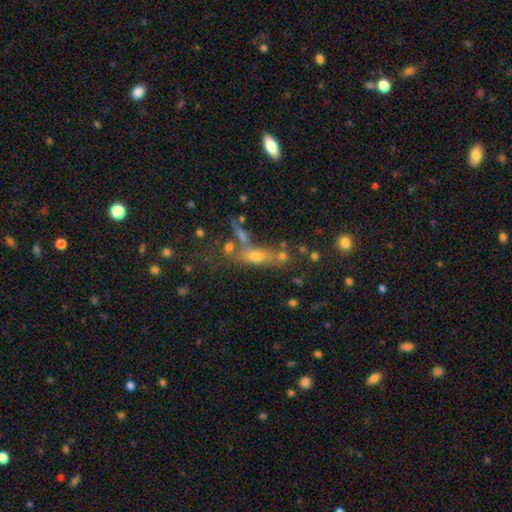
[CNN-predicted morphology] Smooth or featured? smooth (49%)
Merging? none (44%)